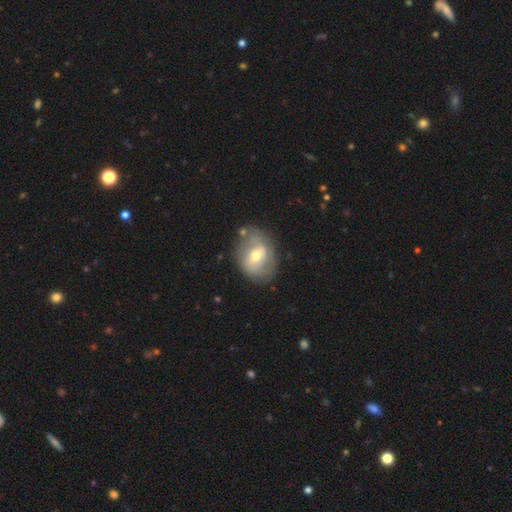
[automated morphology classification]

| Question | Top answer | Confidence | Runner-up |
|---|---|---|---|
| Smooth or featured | featured or disk | 54% | smooth (39%) |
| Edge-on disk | no | 94% | yes (6%) |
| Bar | no | 45% | weak (39%) |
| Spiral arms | no | 52% | yes (48%) |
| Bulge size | moderate | 68% | small (24%) |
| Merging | none | 65% | minor disturbance (22%) |